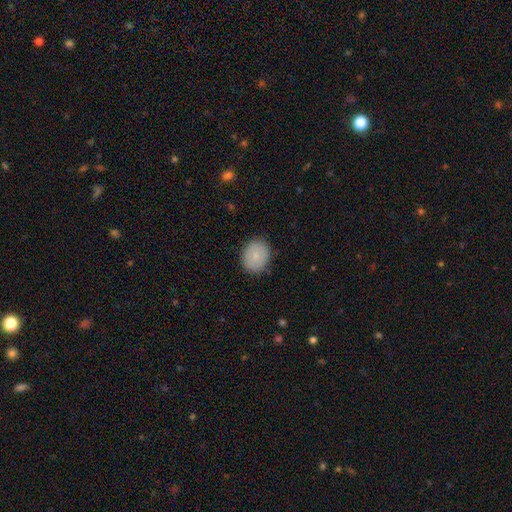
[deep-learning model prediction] Q: Smooth or featured?
A: smooth (83%); runner-up: featured or disk (11%)
Q: How rounded?
A: round (58%); runner-up: in between (41%)
Q: Merging?
A: none (86%); runner-up: minor disturbance (10%)